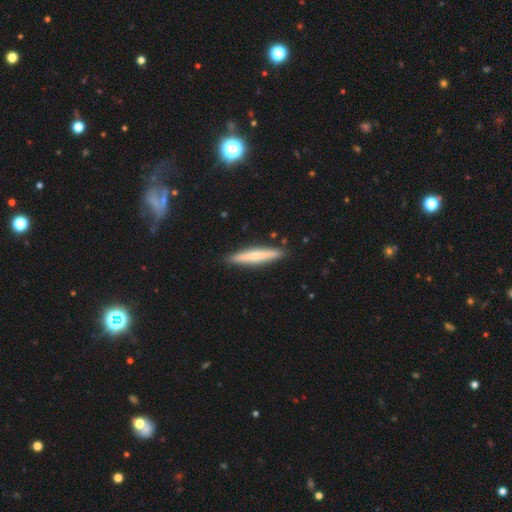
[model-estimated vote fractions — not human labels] smooth-or-featured: smooth: 61% | featured or disk: 34% | star or artifact: 6%
  how-rounded: cigar-shaped: 93% | in between: 6% | round: 1%
  merging: none: 90% | minor disturbance: 7% | merger: 1% | major disturbance: 1%